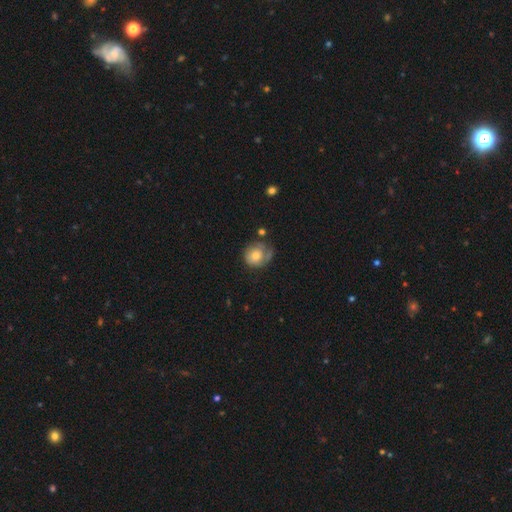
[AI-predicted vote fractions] smooth-or-featured: smooth: 66% | featured or disk: 26% | star or artifact: 8%
  how-rounded: round: 78% | in between: 21% | cigar-shaped: 1%
  merging: none: 47% | minor disturbance: 30% | major disturbance: 16% | merger: 7%